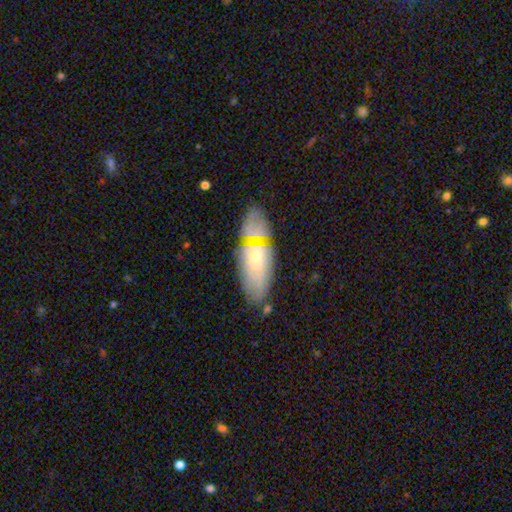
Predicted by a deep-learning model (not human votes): smooth 51%, featured or disk 39%, star or artifact 10%. Down the decision tree: how rounded — in between (83%); merging — none (57%).